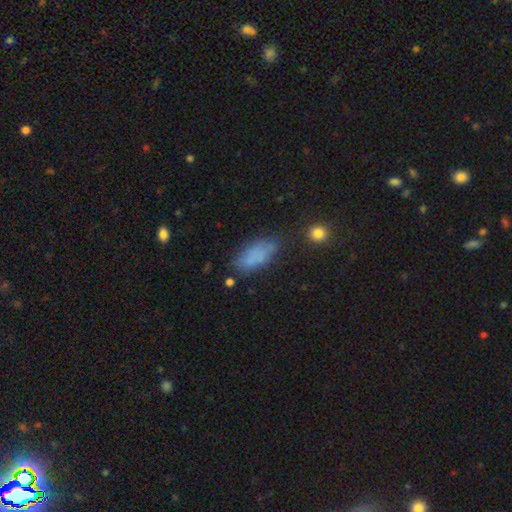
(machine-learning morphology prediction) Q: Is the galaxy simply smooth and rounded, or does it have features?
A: smooth — 78%.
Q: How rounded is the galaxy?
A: in between — 83%.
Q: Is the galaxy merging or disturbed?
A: none — 63%.